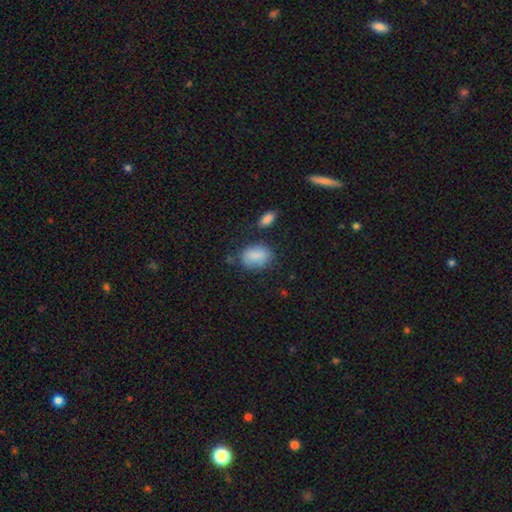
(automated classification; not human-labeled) A smooth galaxy with no disk features (84%) that is in between round and cigar-shaped (80%). Merging: none (65%).